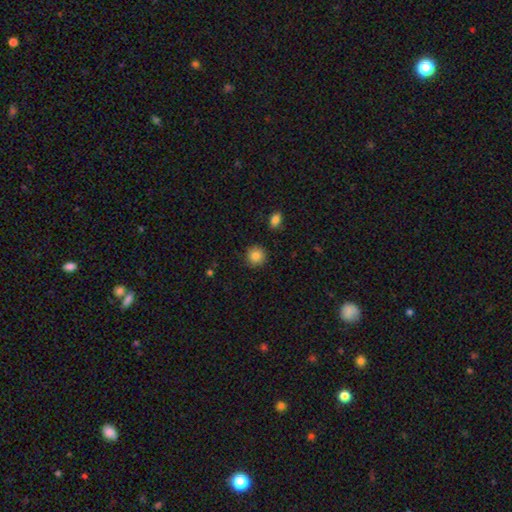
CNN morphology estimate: Smooth or featured?
  - smooth: 85% *
  - star or artifact: 9%
  - featured or disk: 6%
How rounded?
  - round: 92% *
  - in between: 7%
  - cigar-shaped: 1%
Merging?
  - none: 88% *
  - minor disturbance: 9%
  - major disturbance: 2%
  - merger: 1%